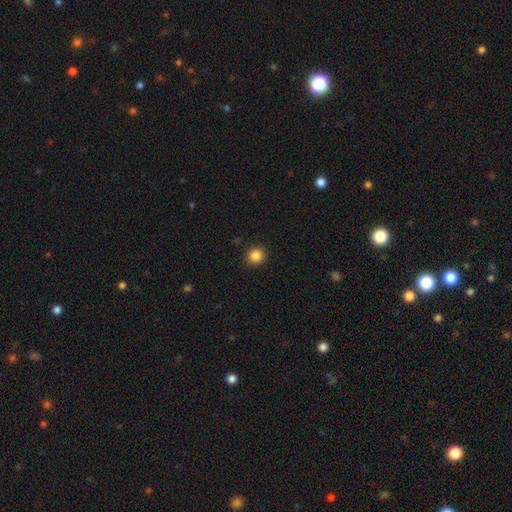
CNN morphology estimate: This appears to be a smooth galaxy with no disk features (85%) that is round (89%). Merging: none (90%).